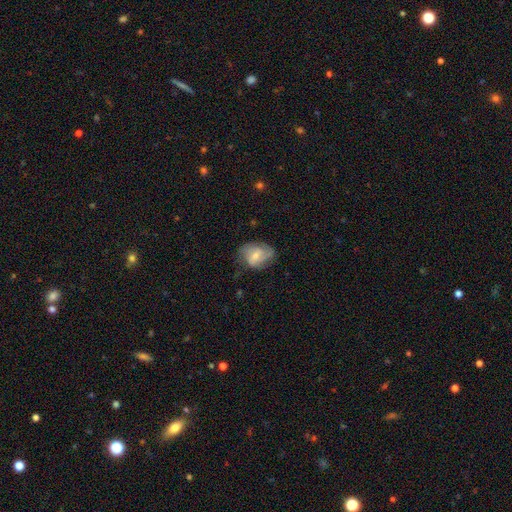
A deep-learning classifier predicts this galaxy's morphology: type=featured or disk (51%); edge-on=no (96%); merging=none (54%).